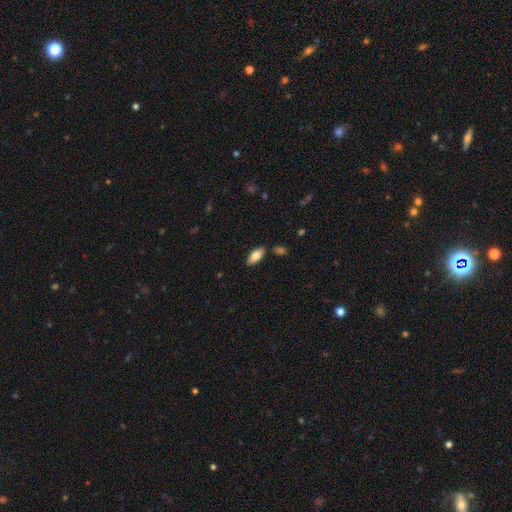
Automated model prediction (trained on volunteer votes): Smooth or featured?
  - smooth: 80% *
  - featured or disk: 14%
  - star or artifact: 7%
How rounded?
  - in between: 88% *
  - cigar-shaped: 10%
  - round: 2%
Merging?
  - none: 85% *
  - minor disturbance: 10%
  - merger: 3%
  - major disturbance: 2%